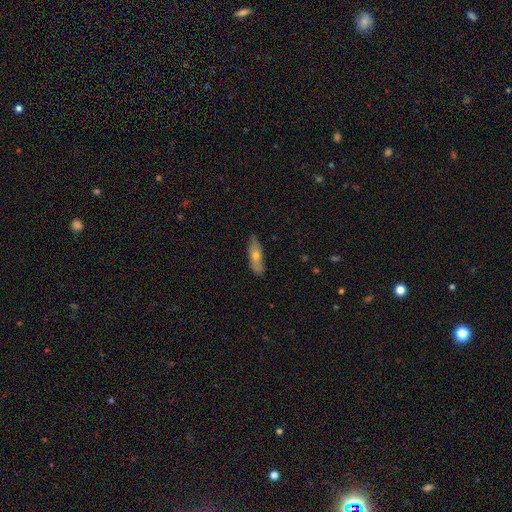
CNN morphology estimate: Smooth or featured? smooth (55%)
How rounded? cigar-shaped (50%)
Merging? none (83%)